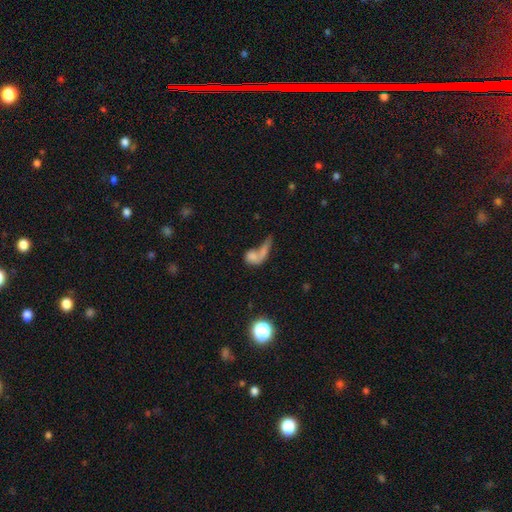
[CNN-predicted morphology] smooth 61%, featured or disk 25%, star or artifact 13%. Down the decision tree: how rounded — in between (52%); merging — merger (49%).